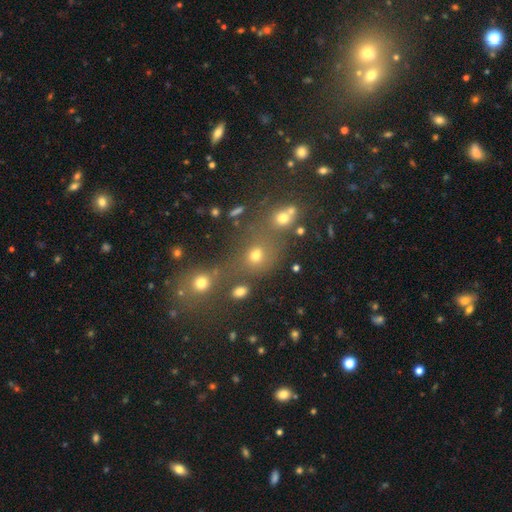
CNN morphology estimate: This is likely a smooth galaxy (67%). How rounded: likely round (72%). Merging: possibly none (53%).